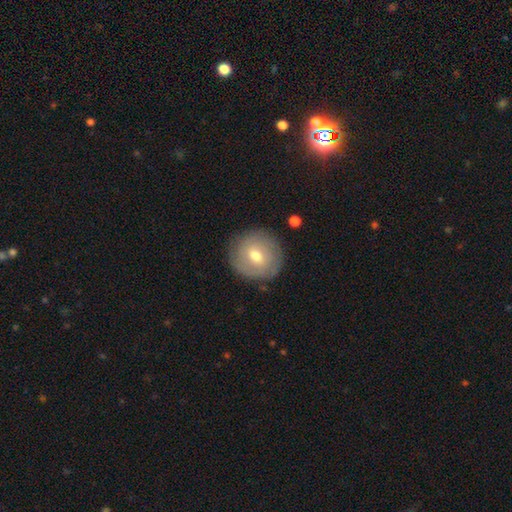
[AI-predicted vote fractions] Morphology: type=smooth (52%); roundness=round (92%); merging=none (85%).